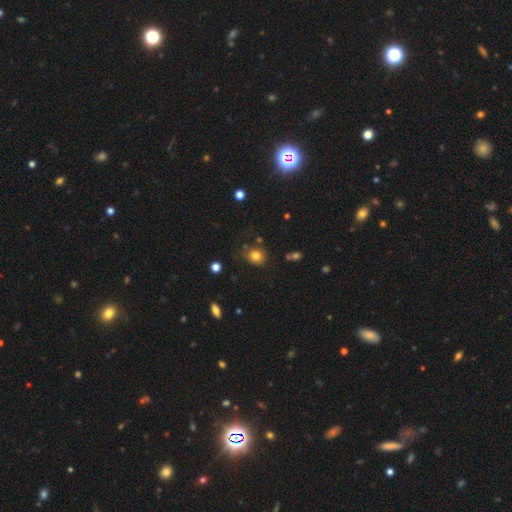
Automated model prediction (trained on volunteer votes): Smooth or featured: smooth — 79% (star or artifact — 13%)
How rounded: round — 74% (in between — 25%)
Merging: none — 75% (minor disturbance — 16%)